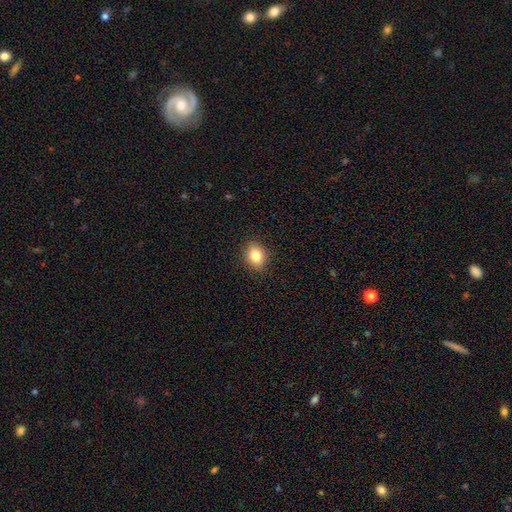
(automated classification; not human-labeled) Smooth or featured? Predicted: smooth (p=0.83). How rounded? Predicted: in between (p=0.52). Merging? Predicted: none (p=0.89).